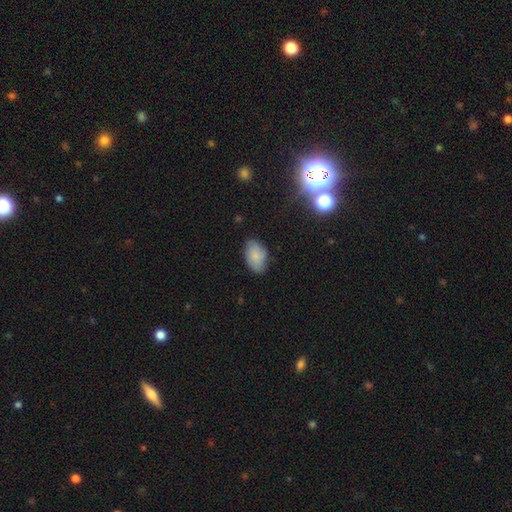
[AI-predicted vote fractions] This appears to be a smooth galaxy with no disk features (79%) that is in between round and cigar-shaped (90%). Merging: none (75%).